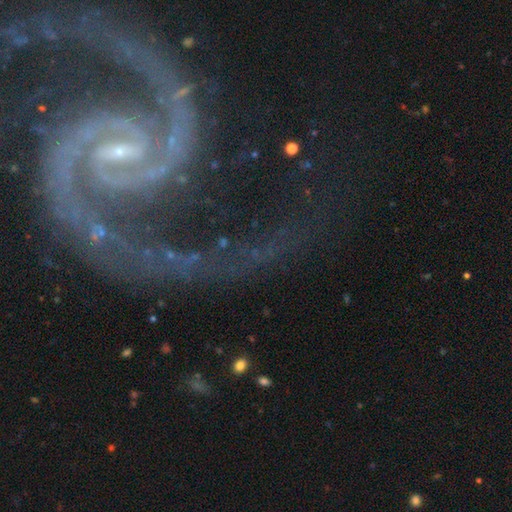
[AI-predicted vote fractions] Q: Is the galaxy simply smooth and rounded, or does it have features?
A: featured or disk — 91%.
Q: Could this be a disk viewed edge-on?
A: no — 98%.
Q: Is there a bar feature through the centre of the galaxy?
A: weak — 42%.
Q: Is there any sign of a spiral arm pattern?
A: yes — 98%.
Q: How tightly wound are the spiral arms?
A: medium — 51%.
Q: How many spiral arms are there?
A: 2 — 89%.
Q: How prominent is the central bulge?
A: small — 77%.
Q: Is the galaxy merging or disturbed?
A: none — 62%.